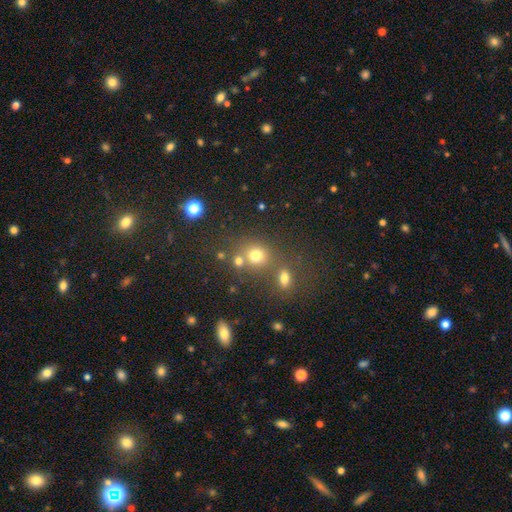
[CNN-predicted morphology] smooth_or_featured: smooth (p=0.72) [alt: star or artifact p=0.19]
how_rounded: round (p=0.80) [alt: in between p=0.19]
merging: none (p=0.56) [alt: merger p=0.30]